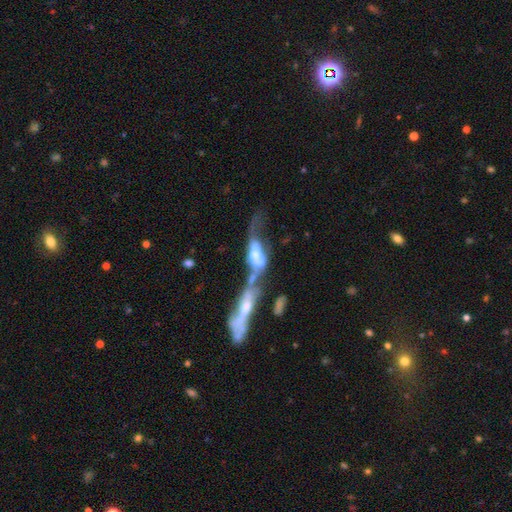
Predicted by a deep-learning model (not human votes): Morphology: type=featured or disk (64%); edge-on=no (73%); merging=merger (69%).